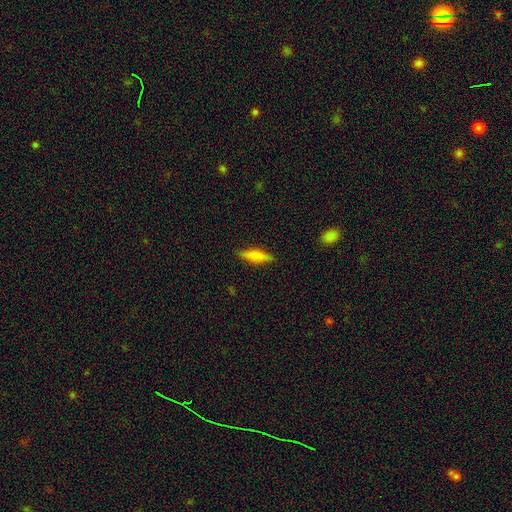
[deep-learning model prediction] Morphology: type=smooth (75%); roundness=cigar-shaped (61%); merging=none (86%).